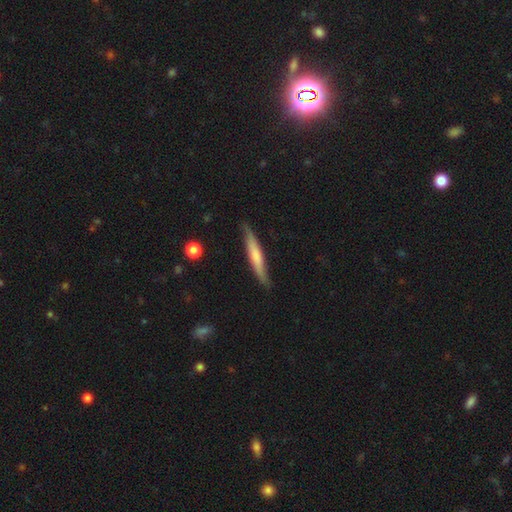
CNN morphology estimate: A smooth galaxy with no disk features (55%) that is cigar-shaped (93%).

Vote fractions:
- Smooth or featured? smooth: 55% / featured or disk: 40% / star or artifact: 5%
- How rounded? cigar-shaped: 93% / in between: 6% / round: 1%
- Merging? none: 81% / minor disturbance: 15% / major disturbance: 2% / merger: 1%